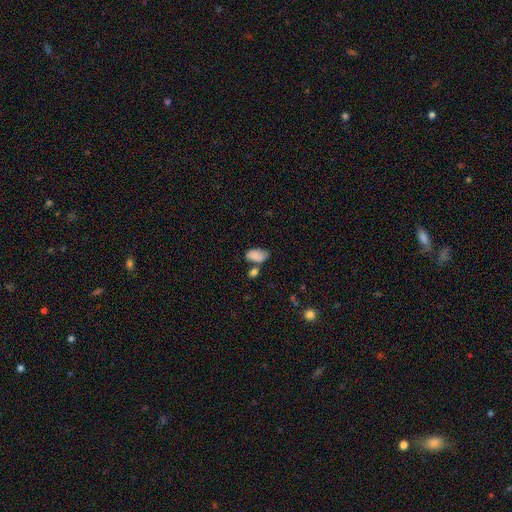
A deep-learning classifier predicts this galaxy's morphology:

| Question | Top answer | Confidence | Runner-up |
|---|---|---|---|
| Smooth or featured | smooth | 82% | featured or disk (10%) |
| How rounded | in between | 93% | round (5%) |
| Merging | none | 45% | minor disturbance (24%) |